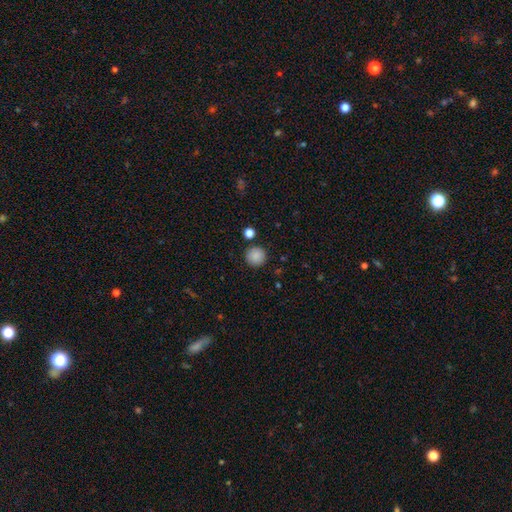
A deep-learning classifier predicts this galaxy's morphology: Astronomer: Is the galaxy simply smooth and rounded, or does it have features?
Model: smooth — 88%.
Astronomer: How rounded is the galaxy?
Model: round — 95%.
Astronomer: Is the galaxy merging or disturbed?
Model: none — 89%.